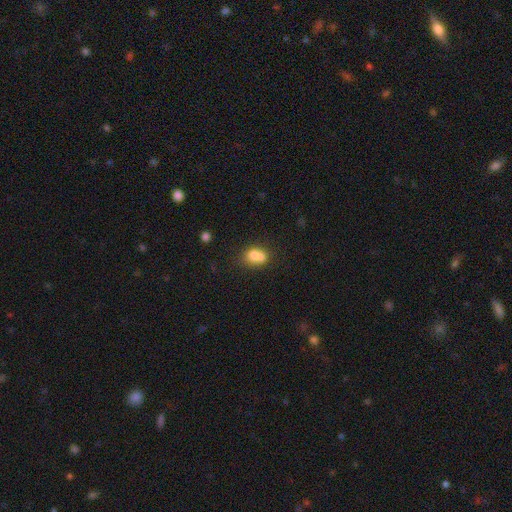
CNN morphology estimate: smooth_or_featured: smooth (p=0.71) [alt: featured or disk p=0.18]
how_rounded: round (p=0.50) [alt: in between p=0.48]
merging: merger (p=0.54) [alt: none p=0.31]